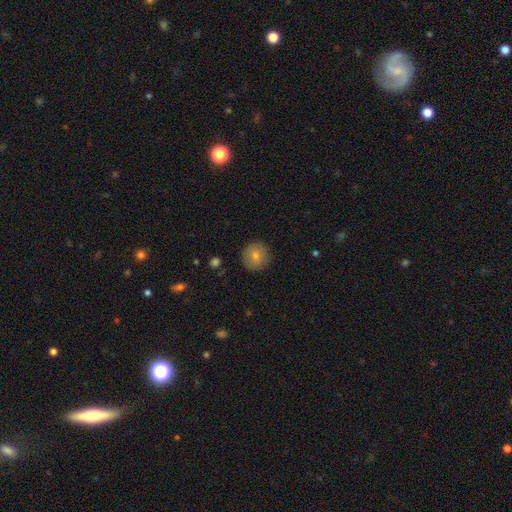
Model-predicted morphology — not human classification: Q: Smooth or featured?
A: smooth (79%); runner-up: featured or disk (12%)
Q: How rounded?
A: round (95%); runner-up: in between (4%)
Q: Merging?
A: none (89%); runner-up: minor disturbance (8%)